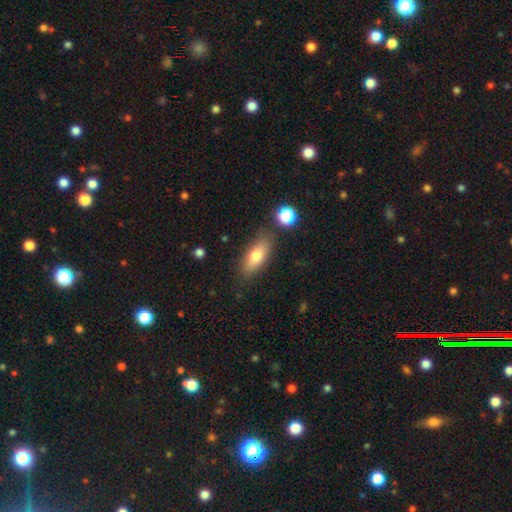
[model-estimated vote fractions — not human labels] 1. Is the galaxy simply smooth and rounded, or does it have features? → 74% smooth, 18% featured or disk, 8% star or artifact.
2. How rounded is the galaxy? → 75% in between, 21% cigar-shaped, 4% round.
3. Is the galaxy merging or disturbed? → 79% none, 13% minor disturbance, 5% merger, 3% major disturbance.